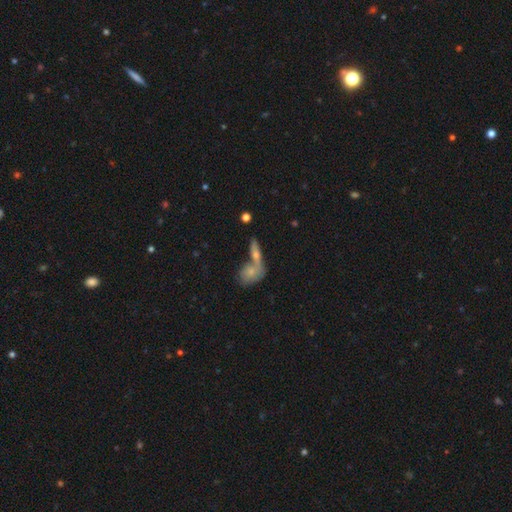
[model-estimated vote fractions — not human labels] Smooth or featured: smooth — 47% (featured or disk — 40%)
Merging: merger — 47% (none — 39%)